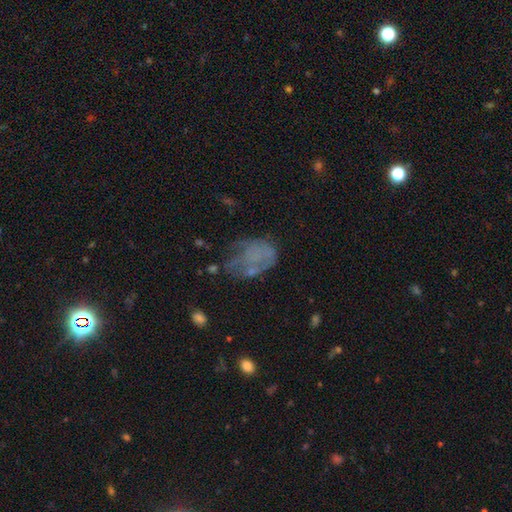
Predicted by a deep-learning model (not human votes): smooth-or-featured: smooth: 42% (tied) | featured or disk: 42% (tied) | star or artifact: 16%
  merging: none: 34% | major disturbance: 33% | minor disturbance: 27% | merger: 5%